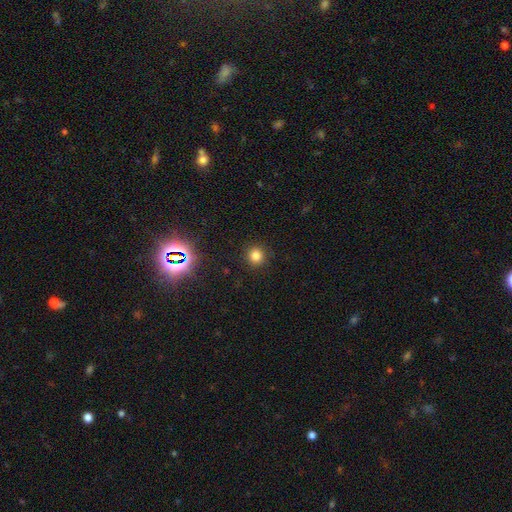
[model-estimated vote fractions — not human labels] This appears to be a smooth galaxy with no disk features (78%) that is round (92%). Merging: none (91%).